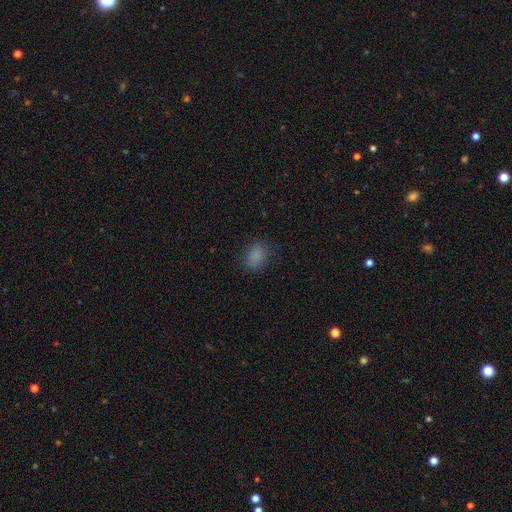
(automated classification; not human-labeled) smooth 83%, star or artifact 12%, featured or disk 4%. Down the decision tree: how rounded — in between (67%); merging — none (80%).